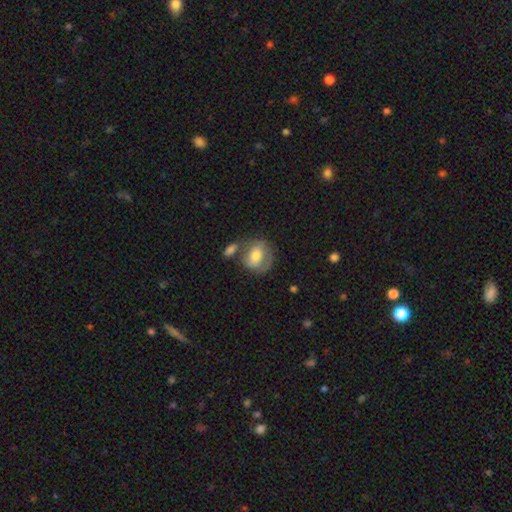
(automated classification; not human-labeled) The model was most divided on "how rounded": round: 56%, in between: 43%, cigar-shaped: 2%. Remaining: smooth or featured — smooth (54%); merging — none (48%).